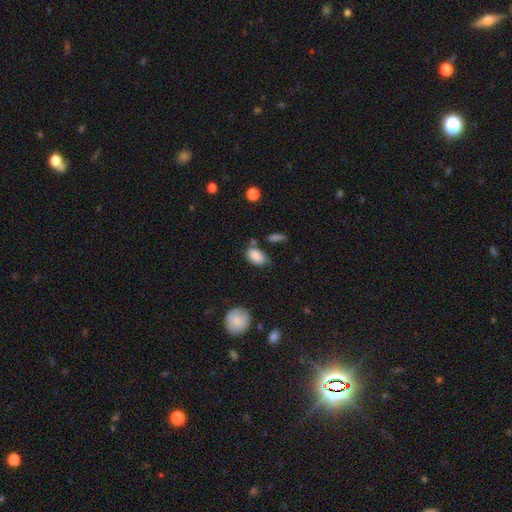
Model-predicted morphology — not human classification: This is clearly a smooth galaxy (85%). How rounded: clearly in between (89%). Merging: possibly none (58%).